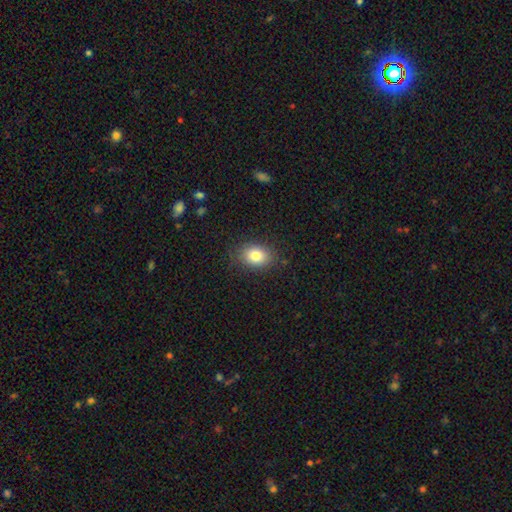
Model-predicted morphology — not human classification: smooth 81%, star or artifact 10%, featured or disk 9%. Down the decision tree: how rounded — in between (69%); merging — none (84%).